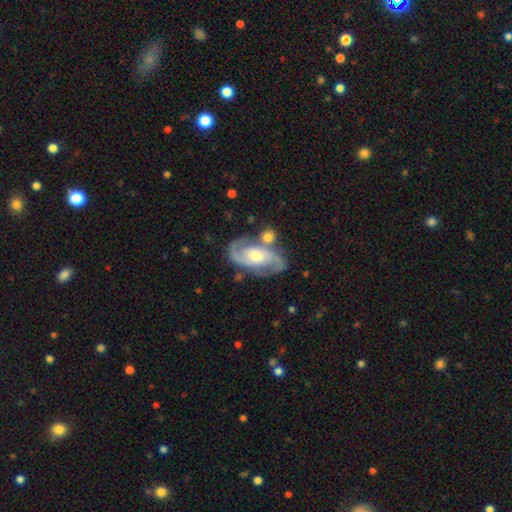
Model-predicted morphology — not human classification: smooth-or-featured: featured or disk: 86% | smooth: 9% | star or artifact: 5%
  disk-edge-on: no: 96% | yes: 4%
    bar: no: 46% | weak: 40% | strong: 14%
    has-spiral-arms: yes: 95% | no: 5%
      spiral-winding: medium: 54% | tight: 29% | loose: 17%
      spiral-arm-count: 2: 90% | can't tell: 4% | 3: 2% | 1: 2% | 4: 1% | more than 4: 1%
    bulge-size: moderate: 67% | small: 15% | large: 14% | none: 2% | dominant: 1%
  merging: none: 68% | minor disturbance: 15% | merger: 12% | major disturbance: 6%